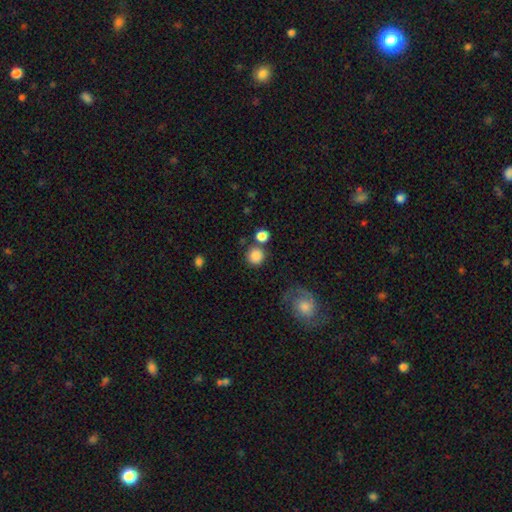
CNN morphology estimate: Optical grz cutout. It shows a smooth galaxy with no disk features (86%) that is round (90%). Merging: none (70%).